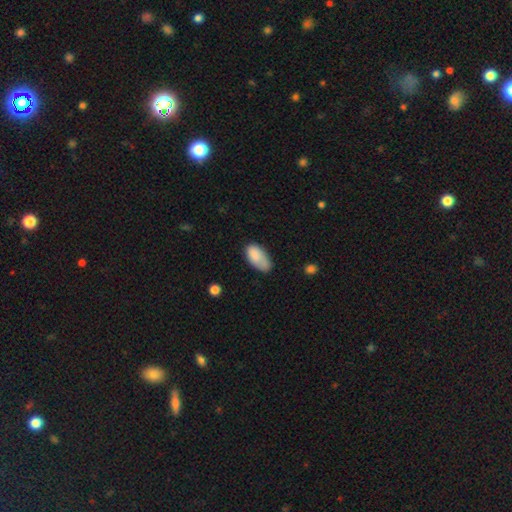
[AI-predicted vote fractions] Smooth or featured?
  - smooth: 83% *
  - featured or disk: 10%
  - star or artifact: 7%
How rounded?
  - in between: 94% *
  - cigar-shaped: 3%
  - round: 3%
Merging?
  - none: 53% *
  - minor disturbance: 33%
  - major disturbance: 10%
  - merger: 4%